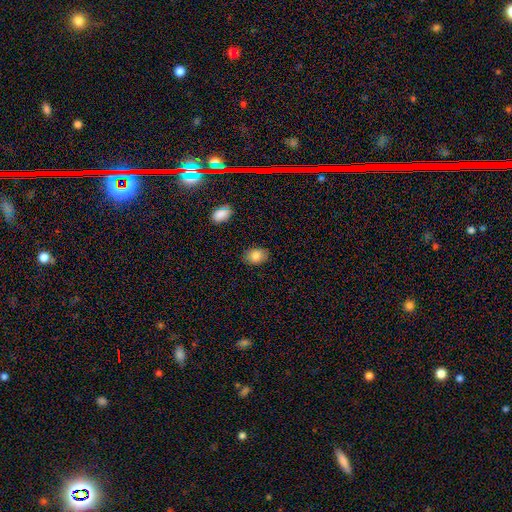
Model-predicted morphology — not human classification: Overall: smooth (84%). How rounded: in between (73%). Merging: none (85%).